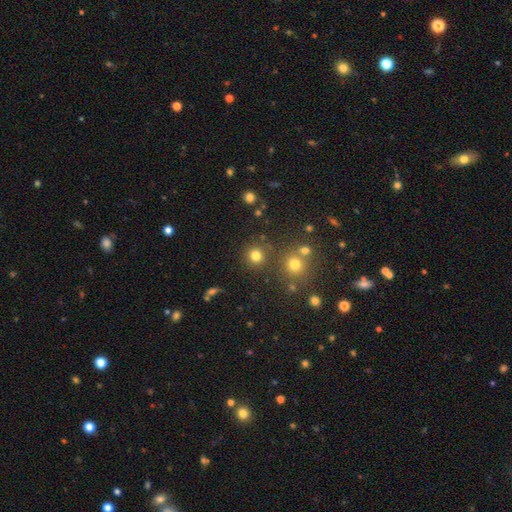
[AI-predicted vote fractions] Morphology: type=smooth (79%); roundness=round (92%); merging=none (82%).